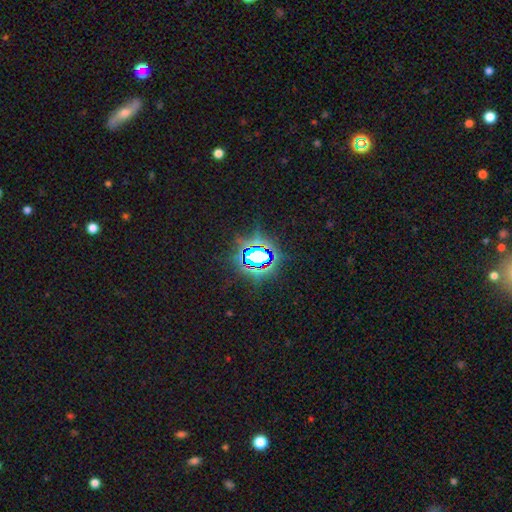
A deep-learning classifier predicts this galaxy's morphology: type=star or artifact (76%).